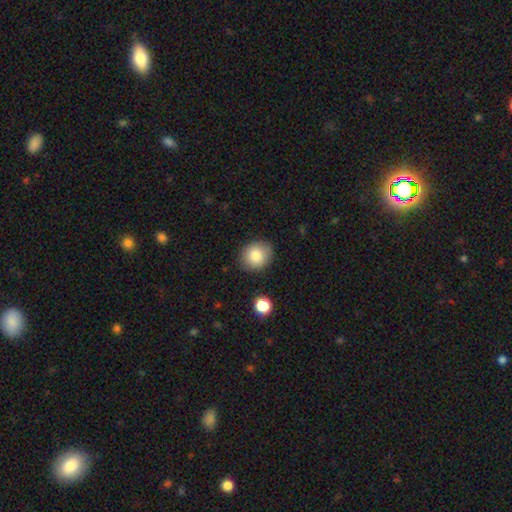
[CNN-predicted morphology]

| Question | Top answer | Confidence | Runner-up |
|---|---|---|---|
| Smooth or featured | smooth | 84% | star or artifact (9%) |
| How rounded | round | 69% | in between (30%) |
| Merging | none | 85% | minor disturbance (10%) |